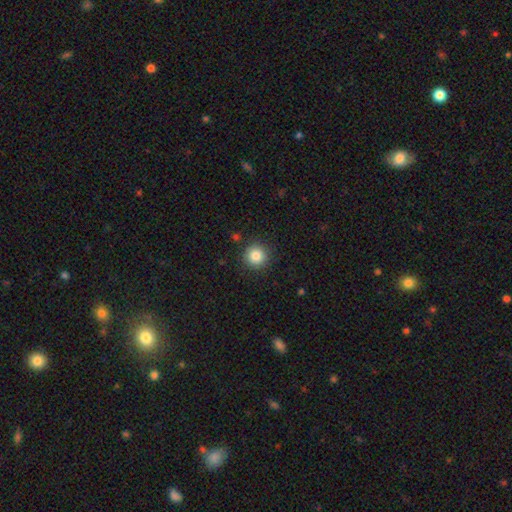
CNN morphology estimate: Smooth or featured?
  - smooth: 84% *
  - star or artifact: 10%
  - featured or disk: 5%
How rounded?
  - round: 95% *
  - in between: 4%
  - cigar-shaped: 1%
Merging?
  - none: 90% *
  - minor disturbance: 6%
  - major disturbance: 2%
  - merger: 1%